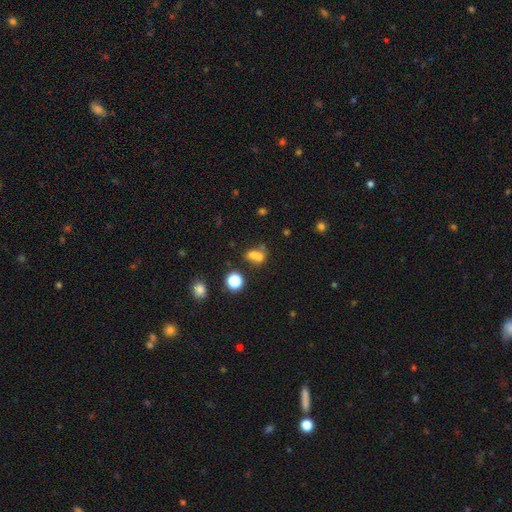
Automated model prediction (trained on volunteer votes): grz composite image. It shows a smooth galaxy with no disk features (66%) that is round (57%). Merging: merger (61%).